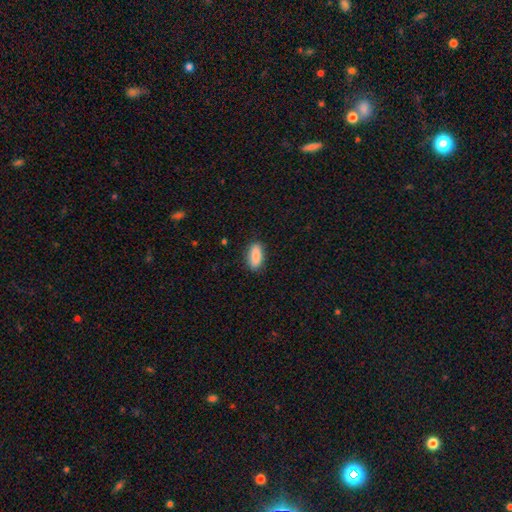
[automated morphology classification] Smooth or featured: smooth — 84% (featured or disk — 9%)
How rounded: in between — 87% (cigar-shaped — 10%)
Merging: none — 87% (minor disturbance — 10%)